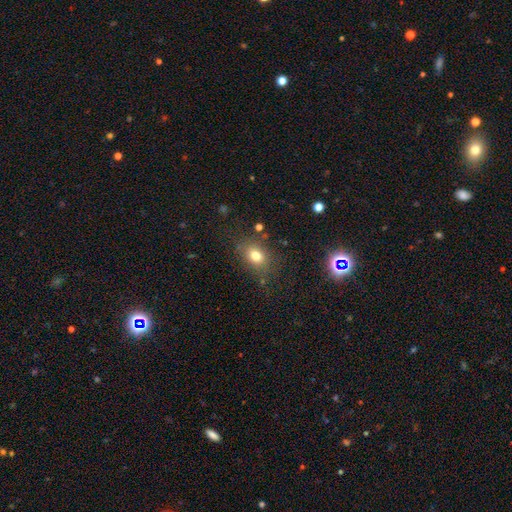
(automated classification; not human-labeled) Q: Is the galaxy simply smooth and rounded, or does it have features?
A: smooth — 76%.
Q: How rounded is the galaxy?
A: in between — 61%.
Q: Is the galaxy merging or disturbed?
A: none — 77%.